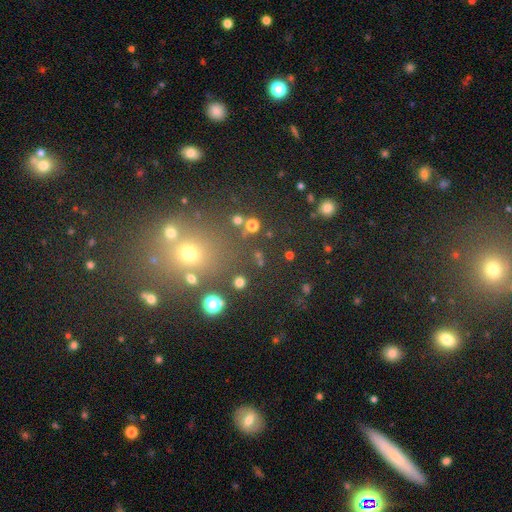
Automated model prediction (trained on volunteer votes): Q: Smooth or featured?
A: smooth (46%); runner-up: star or artifact (41%)
Q: Merging?
A: none (72%); runner-up: merger (11%)